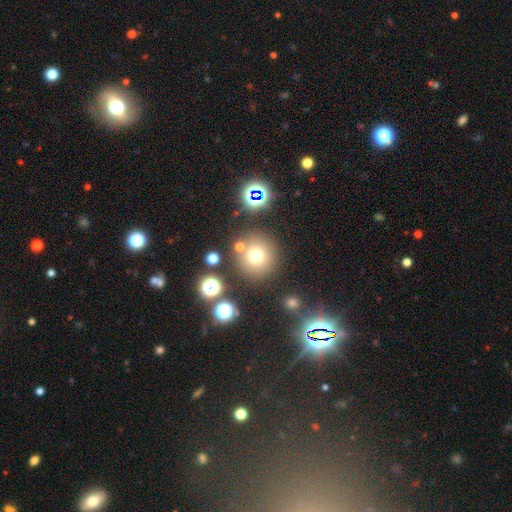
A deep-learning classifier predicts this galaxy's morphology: This is likely a smooth galaxy (70%). How rounded: clearly round (94%). Merging: clearly none (81%).